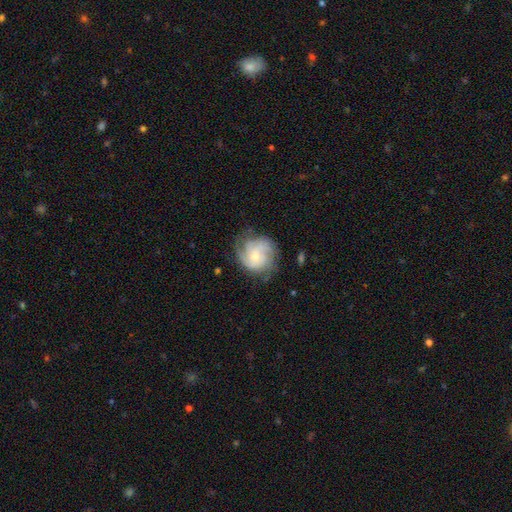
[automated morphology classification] smooth-or-featured: featured or disk: 80% | smooth: 14% | star or artifact: 6%
  disk-edge-on: no: 98% | yes: 2%
    bar: no: 65% | weak: 30% | strong: 4%
    has-spiral-arms: yes: 95% | no: 5%
      spiral-winding: tight: 53% | medium: 36% | loose: 10%
      spiral-arm-count: 2: 29% | 3: 28% | can't tell: 24% | 4: 8% | 1: 5% | more than 4: 5%
    bulge-size: small: 56% | moderate: 37% | none: 3% | large: 2% | dominant: 1%
  merging: none: 69% | minor disturbance: 20% | major disturbance: 9% | merger: 1%